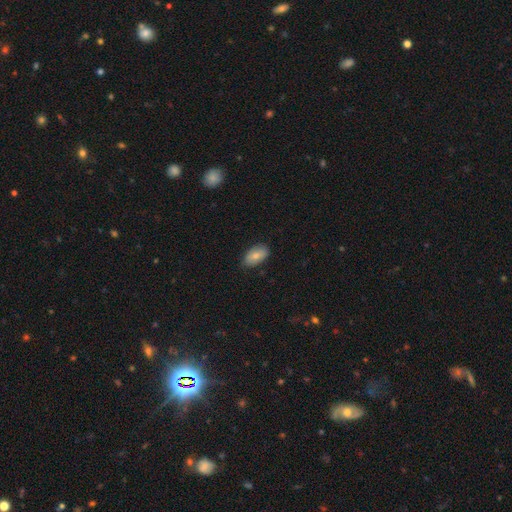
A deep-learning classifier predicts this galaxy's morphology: A smooth galaxy with no disk features (75%) that is in between round and cigar-shaped (93%).

Vote fractions:
- Smooth or featured? smooth: 75% / featured or disk: 18% / star or artifact: 7%
- How rounded? in between: 93% / round: 4% / cigar-shaped: 2%
- Merging? none: 79% / minor disturbance: 17% / major disturbance: 3% / merger: 1%